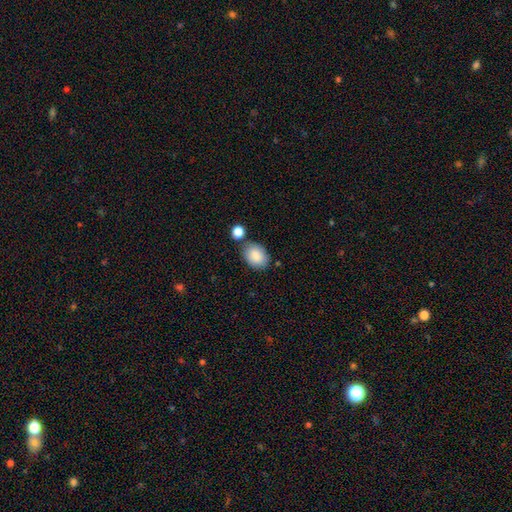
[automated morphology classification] A smooth galaxy with no disk features (87%) that is in between round and cigar-shaped (73%).

Vote fractions:
- Smooth or featured? smooth: 87% / star or artifact: 7% / featured or disk: 6%
- How rounded? in between: 73% / round: 26% / cigar-shaped: 1%
- Merging? none: 72% / minor disturbance: 14% / merger: 10% / major disturbance: 3%